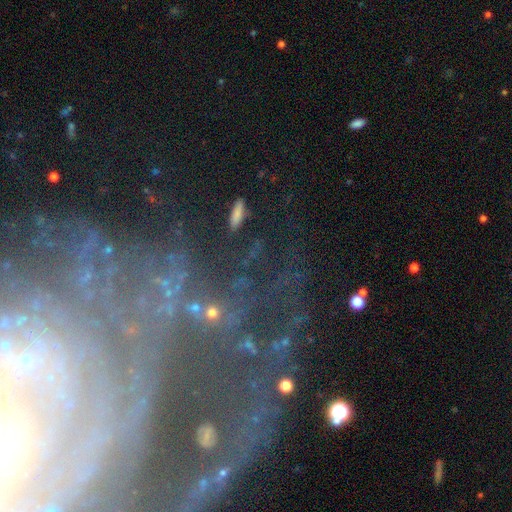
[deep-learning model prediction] Q: Smooth or featured?
A: featured or disk (63%); runner-up: star or artifact (24%)
Q: Edge-on disk?
A: no (91%); runner-up: yes (9%)
Q: Bar?
A: no (46%); runner-up: weak (30%)
Q: Spiral arms?
A: yes (84%); runner-up: no (16%)
Q: Bulge size?
A: small (62%); runner-up: moderate (21%)
Q: Merging?
A: none (67%); runner-up: minor disturbance (15%)